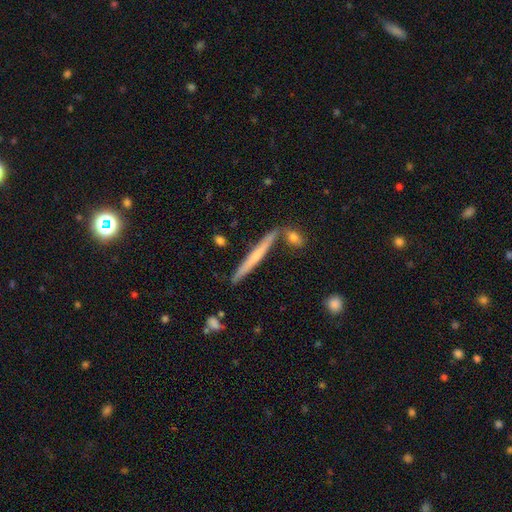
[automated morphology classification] Smooth or featured: featured or disk — 53% (smooth — 41%)
Edge-on disk: yes — 96% (no — 4%)
Edge-on bulge: none — 55% (rounded — 38%)
Merging: none — 80% (minor disturbance — 10%)